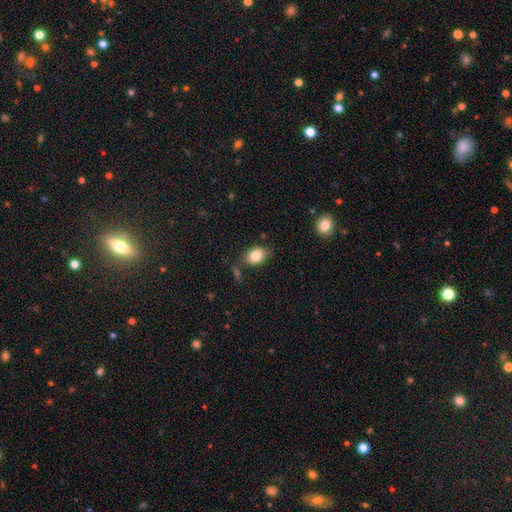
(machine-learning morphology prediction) Smooth or featured? smooth (83%)
How rounded? in between (66%)
Merging? none (72%)